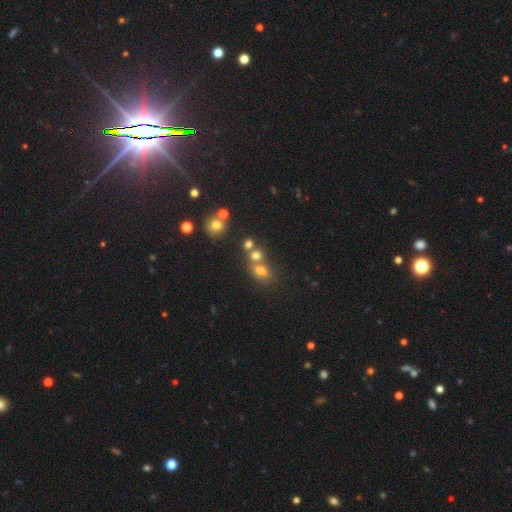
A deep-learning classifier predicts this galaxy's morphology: Overall: star or artifact (49%; smooth 39%).